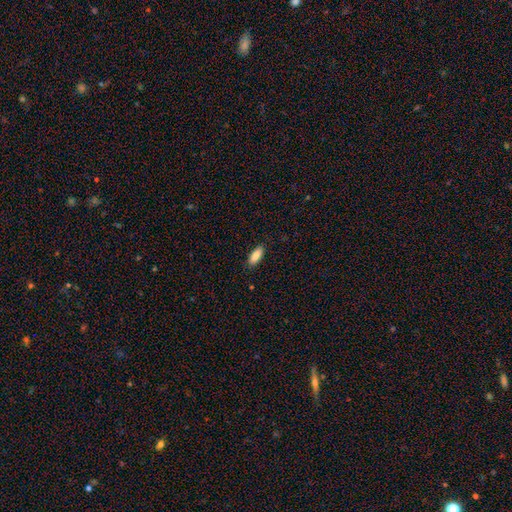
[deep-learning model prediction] Overall: smooth (87%). How rounded: in between (77%). Merging: none (87%).